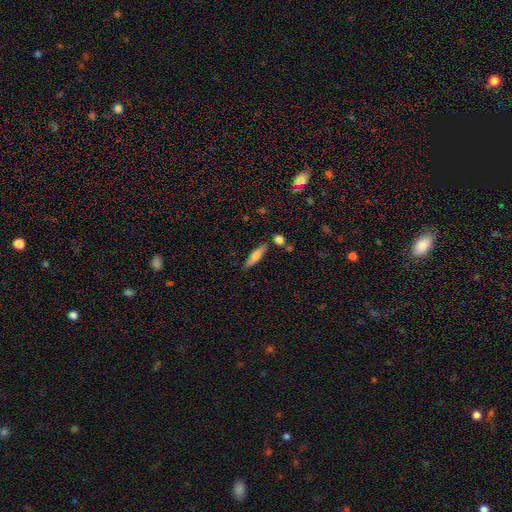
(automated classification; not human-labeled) smooth-or-featured: smooth: 64% | featured or disk: 29% | star or artifact: 7%
  how-rounded: cigar-shaped: 73% | in between: 25% | round: 2%
  merging: none: 80% | minor disturbance: 11% | merger: 6% | major disturbance: 2%